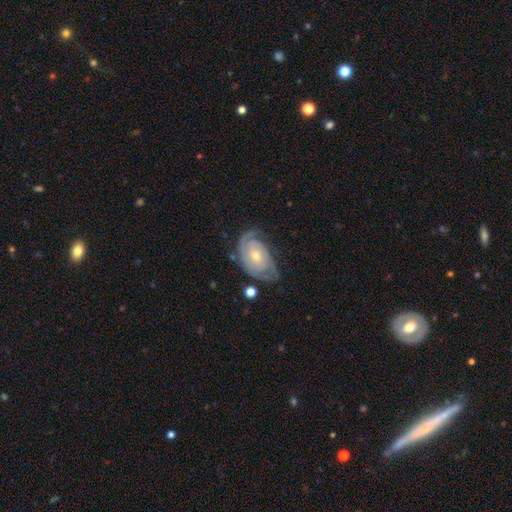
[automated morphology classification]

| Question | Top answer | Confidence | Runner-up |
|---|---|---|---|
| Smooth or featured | featured or disk | 84% | smooth (11%) |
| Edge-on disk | no | 96% | yes (4%) |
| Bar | no | 75% | weak (21%) |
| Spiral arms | yes | 94% | no (6%) |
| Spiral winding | tight | 69% | medium (24%) |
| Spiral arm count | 2 | 49% | can't tell (24%) |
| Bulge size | small | 49% | moderate (47%) |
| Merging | none | 68% | minor disturbance (21%) |